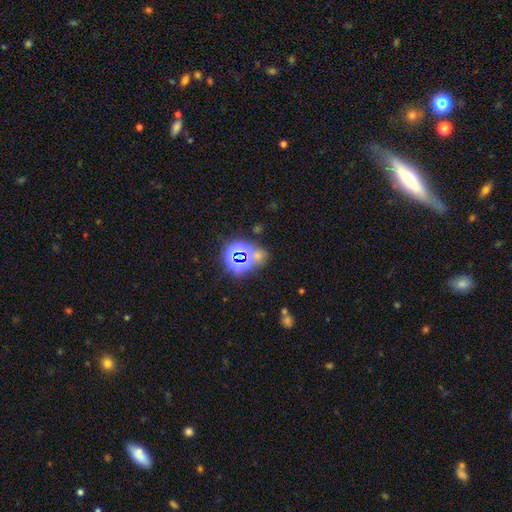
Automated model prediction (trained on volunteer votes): smooth_or_featured: star or artifact (p=0.60) [alt: smooth p=0.31]